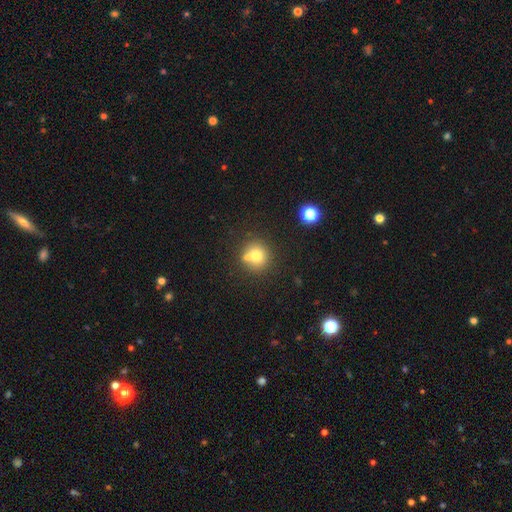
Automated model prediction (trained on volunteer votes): A smooth galaxy with no disk features (72%) that is round (89%).

Vote fractions:
- Smooth or featured? smooth: 72% / featured or disk: 15% / star or artifact: 13%
- How rounded? round: 89% / in between: 10% / cigar-shaped: 1%
- Merging? none: 61% / merger: 27% / minor disturbance: 10% / major disturbance: 3%